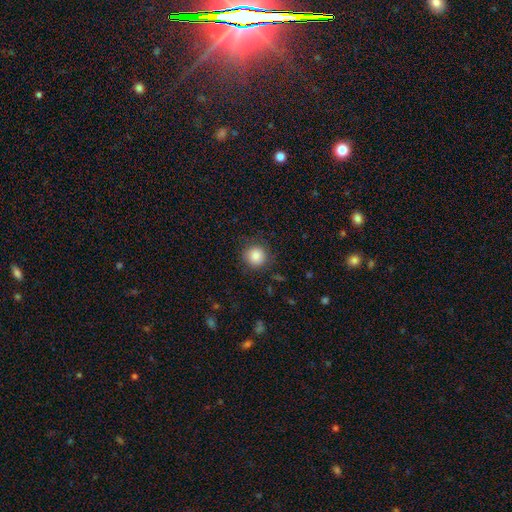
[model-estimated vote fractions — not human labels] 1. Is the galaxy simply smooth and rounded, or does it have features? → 85% smooth, 9% star or artifact, 6% featured or disk.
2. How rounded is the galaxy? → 92% round, 7% in between, 1% cigar-shaped.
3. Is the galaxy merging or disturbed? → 85% none, 10% minor disturbance, 4% major disturbance, 1% merger.